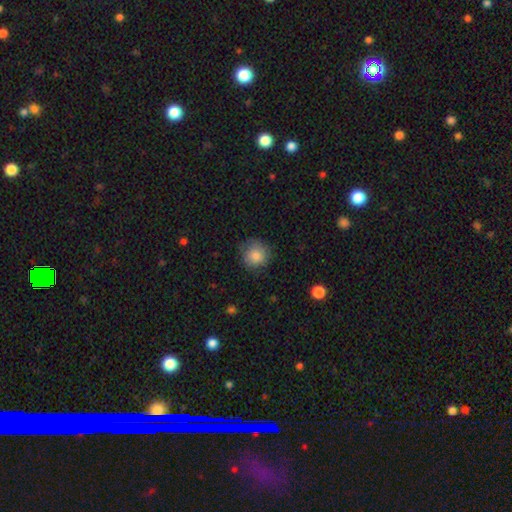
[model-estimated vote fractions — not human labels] This is clearly a smooth galaxy (83%). How rounded: clearly round (89%). Merging: likely none (73%).